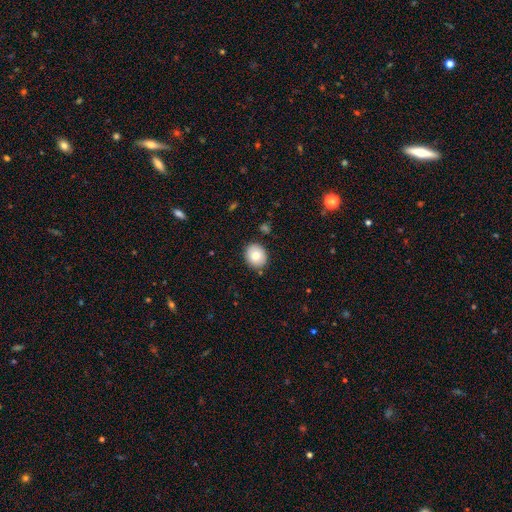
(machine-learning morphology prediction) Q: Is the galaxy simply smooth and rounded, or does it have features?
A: smooth — 78%.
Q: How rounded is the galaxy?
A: round — 62%.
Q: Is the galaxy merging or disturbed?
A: none — 86%.